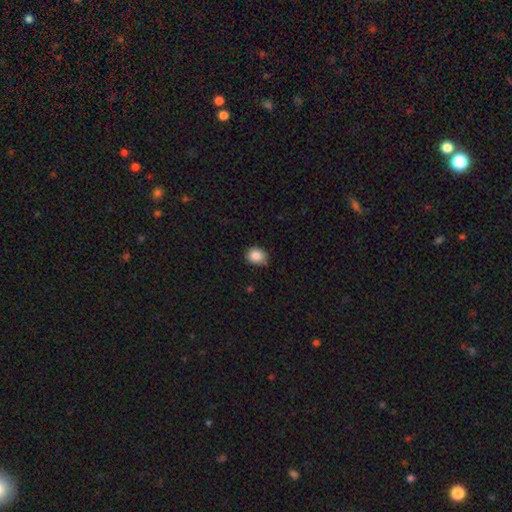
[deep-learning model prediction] Smooth or featured?
  - smooth: 86% *
  - star or artifact: 9%
  - featured or disk: 4%
How rounded?
  - round: 61% *
  - in between: 38%
  - cigar-shaped: 1%
Merging?
  - none: 69% *
  - minor disturbance: 27%
  - major disturbance: 3%
  - merger: 1%